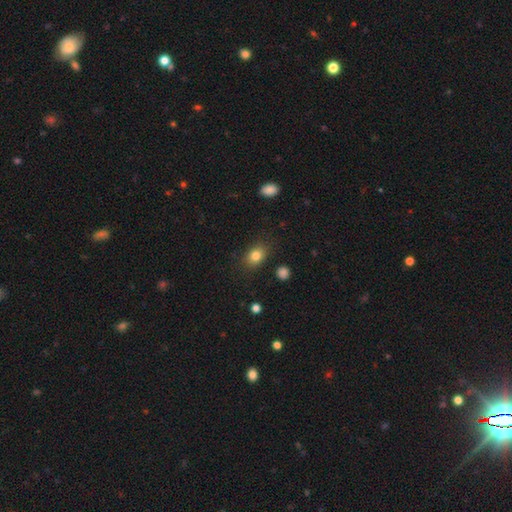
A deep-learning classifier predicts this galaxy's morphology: type=smooth (82%); roundness=in between (67%); merging=none (85%).